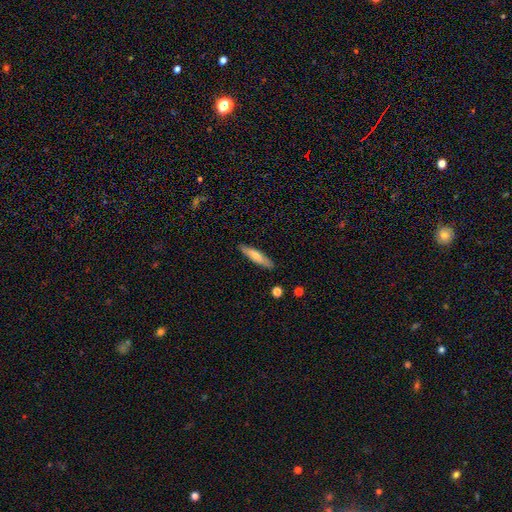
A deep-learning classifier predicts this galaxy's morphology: Smooth or featured? smooth (66%)
How rounded? cigar-shaped (82%)
Merging? none (88%)